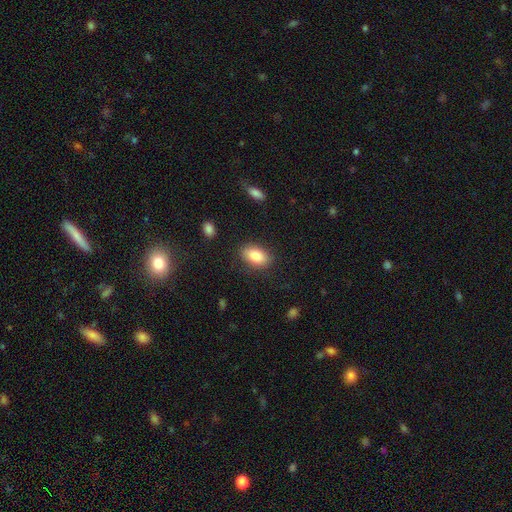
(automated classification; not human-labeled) Overall: smooth (85%). How rounded: in between (90%). Merging: none (83%).